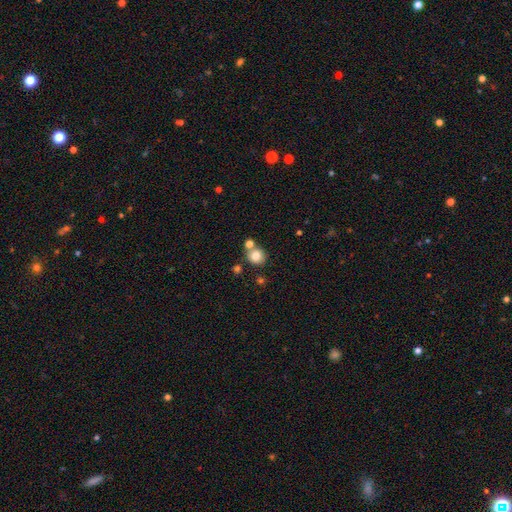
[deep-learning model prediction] Morphology: type=smooth (79%); roundness=round (86%); merging=none (65%).